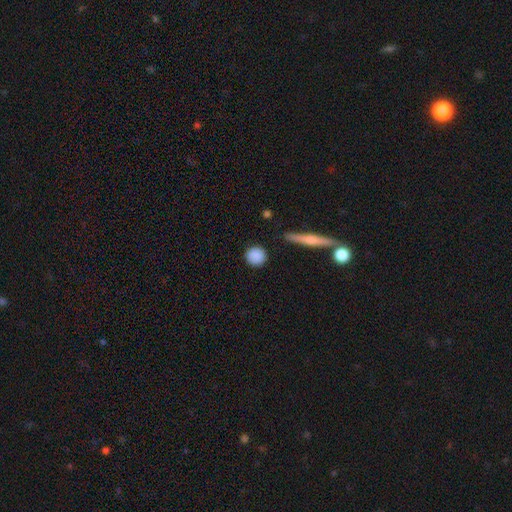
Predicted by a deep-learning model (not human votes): smooth_or_featured: smooth (p=0.87) [alt: star or artifact p=0.08]
how_rounded: round (p=0.92) [alt: in between p=0.06]
merging: none (p=0.89) [alt: minor disturbance p=0.06]